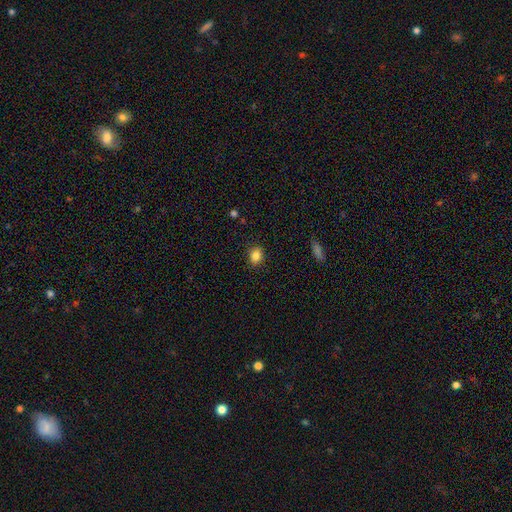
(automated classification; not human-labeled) Q: Smooth or featured?
A: smooth (85%); runner-up: star or artifact (10%)
Q: How rounded?
A: round (50%); runner-up: in between (49%)
Q: Merging?
A: none (88%); runner-up: minor disturbance (9%)